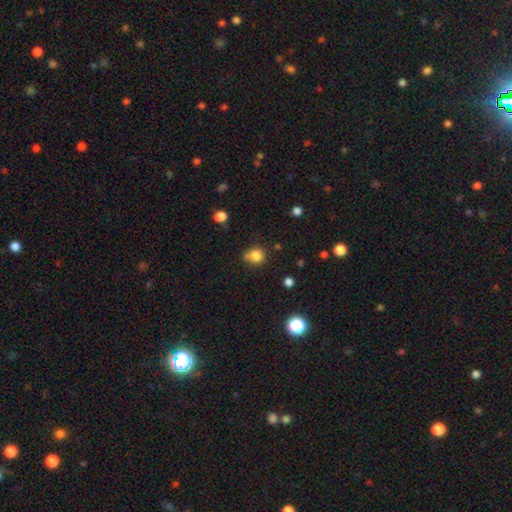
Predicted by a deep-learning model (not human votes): Smooth or featured?
  - smooth: 82% *
  - star or artifact: 12%
  - featured or disk: 6%
How rounded?
  - round: 85% *
  - in between: 14%
  - cigar-shaped: 1%
Merging?
  - none: 65% *
  - minor disturbance: 17%
  - merger: 13%
  - major disturbance: 5%